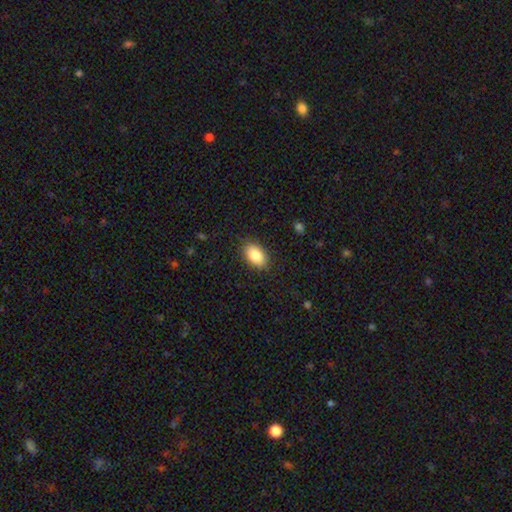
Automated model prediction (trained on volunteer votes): Smooth or featured: smooth — 86% (star or artifact — 7%)
How rounded: in between — 90% (round — 9%)
Merging: none — 87% (minor disturbance — 10%)